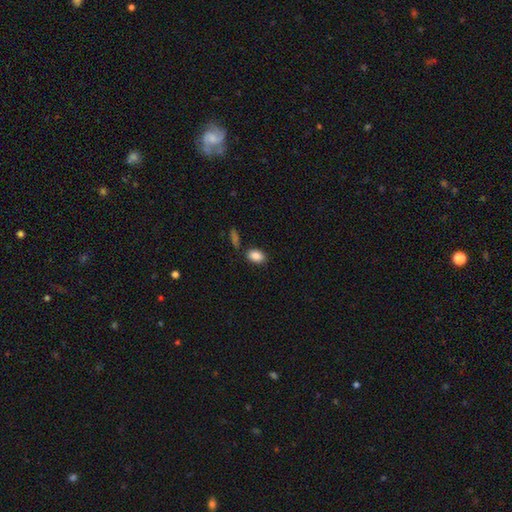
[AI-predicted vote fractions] Smooth or featured? Predicted: smooth (p=0.87). How rounded? Predicted: in between (p=0.86). Merging? Predicted: none (p=0.79).